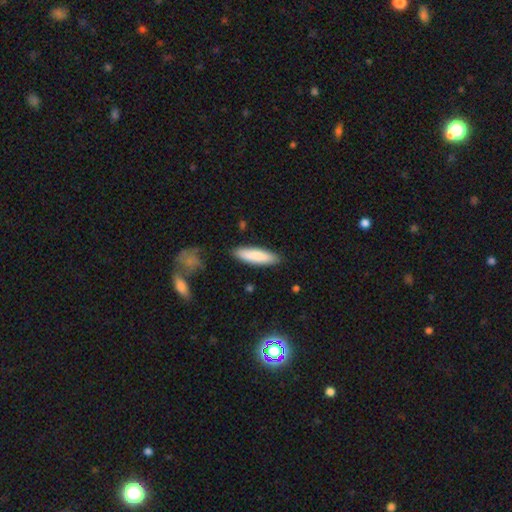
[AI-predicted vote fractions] Morphology: type=smooth (84%); roundness=cigar-shaped (63%); merging=none (87%).